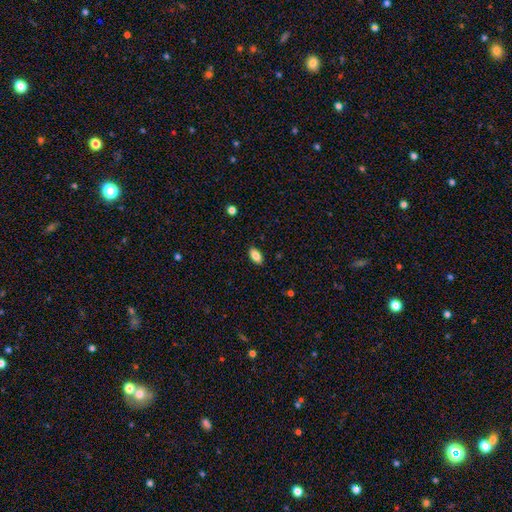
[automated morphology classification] Smooth or featured?
  - smooth: 84% *
  - featured or disk: 8%
  - star or artifact: 8%
How rounded?
  - in between: 91% *
  - cigar-shaped: 5%
  - round: 4%
Merging?
  - none: 87% *
  - minor disturbance: 9%
  - major disturbance: 2%
  - merger: 1%